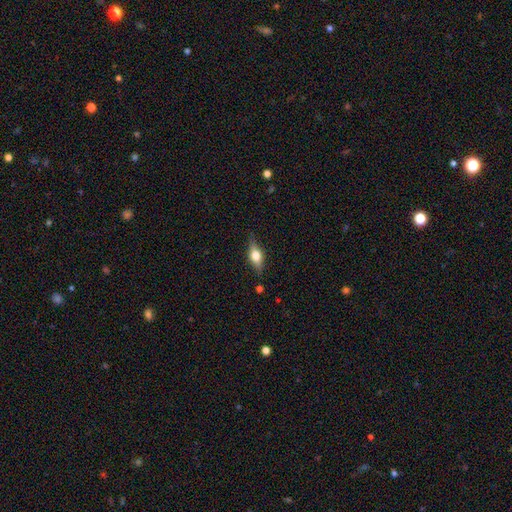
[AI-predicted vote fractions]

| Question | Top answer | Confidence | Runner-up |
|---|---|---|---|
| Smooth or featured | featured or disk | 47% | smooth (45%) |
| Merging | none | 81% | minor disturbance (14%) |